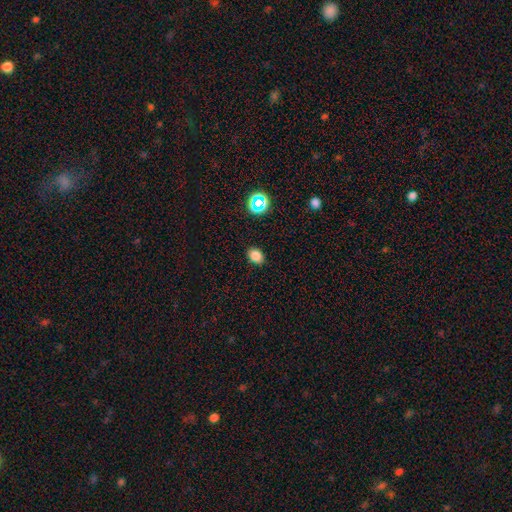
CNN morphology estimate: The model was most divided on "how rounded": in between: 69%, round: 30%, cigar-shaped: 1%. More confident: merging — none (87%); smooth or featured — smooth (81%).